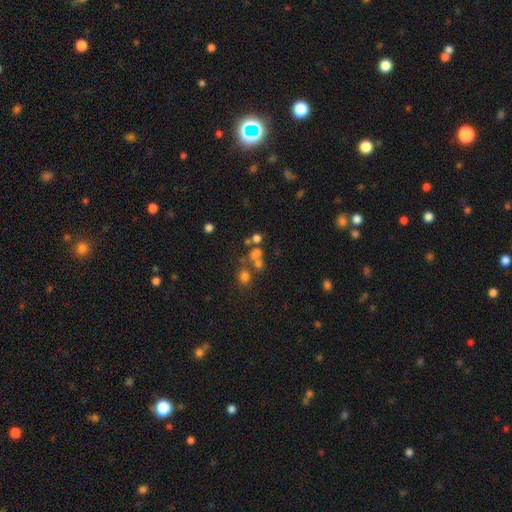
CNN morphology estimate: This is possibly a smooth galaxy (56%). How rounded: likely round (68%). Merging: marginally none (41%).